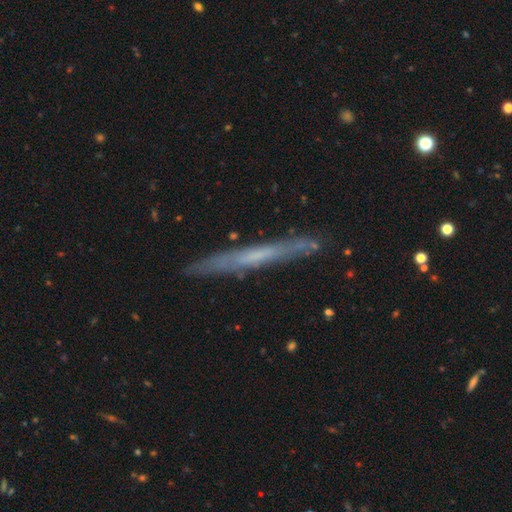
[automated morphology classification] This appears to be a featured or disk galaxy (55%) viewed edge-on (92%) with no central bulge (82%). Merging: none (85%).